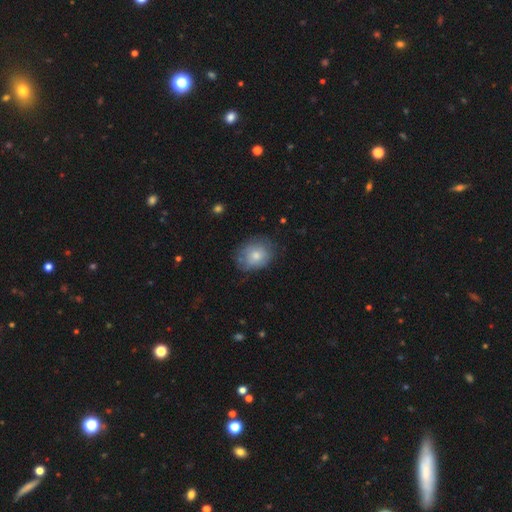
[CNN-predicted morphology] Smooth or featured?
  - smooth: 69% *
  - featured or disk: 24%
  - star or artifact: 8%
How rounded?
  - round: 53% *
  - in between: 46%
  - cigar-shaped: 1%
Merging?
  - none: 66% *
  - minor disturbance: 24%
  - major disturbance: 8%
  - merger: 2%